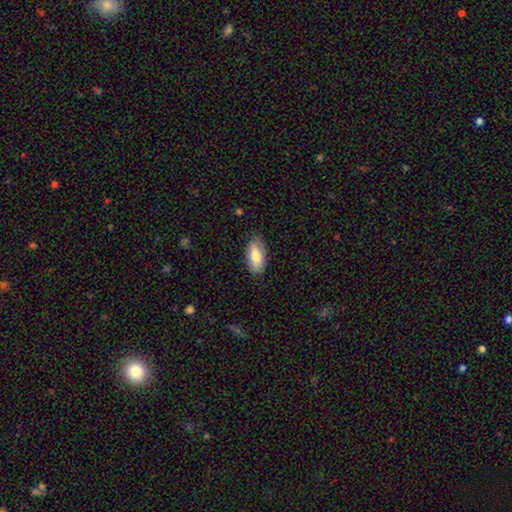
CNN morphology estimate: Smooth or featured?
  - smooth: 76% *
  - featured or disk: 18%
  - star or artifact: 6%
How rounded?
  - in between: 91% *
  - cigar-shaped: 7%
  - round: 3%
Merging?
  - none: 84% *
  - minor disturbance: 13%
  - major disturbance: 3%
  - merger: 1%